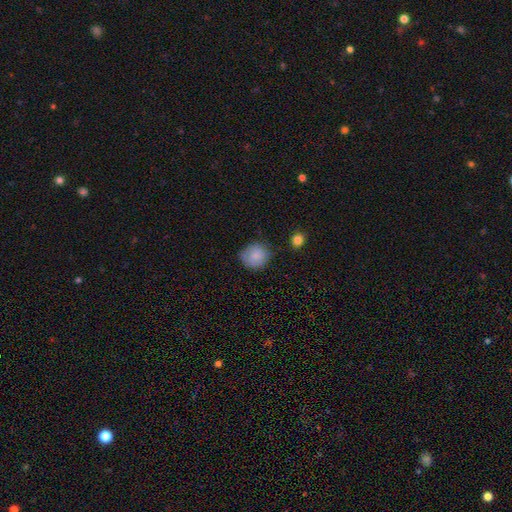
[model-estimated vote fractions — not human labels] Q: Smooth or featured?
A: smooth (81%); runner-up: featured or disk (11%)
Q: How rounded?
A: round (82%); runner-up: in between (17%)
Q: Merging?
A: none (70%); runner-up: minor disturbance (23%)